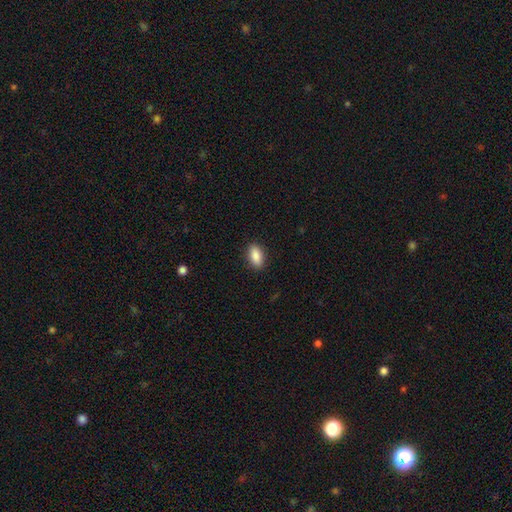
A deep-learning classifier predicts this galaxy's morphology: Q: Smooth or featured?
A: smooth (89%); runner-up: star or artifact (7%)
Q: How rounded?
A: in between (91%); runner-up: cigar-shaped (5%)
Q: Merging?
A: none (90%); runner-up: minor disturbance (8%)